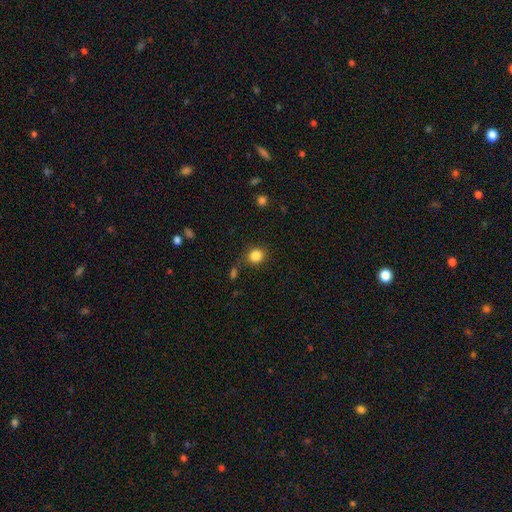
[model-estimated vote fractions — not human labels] Morphology: type=smooth (85%); roundness=round (81%); merging=none (77%).